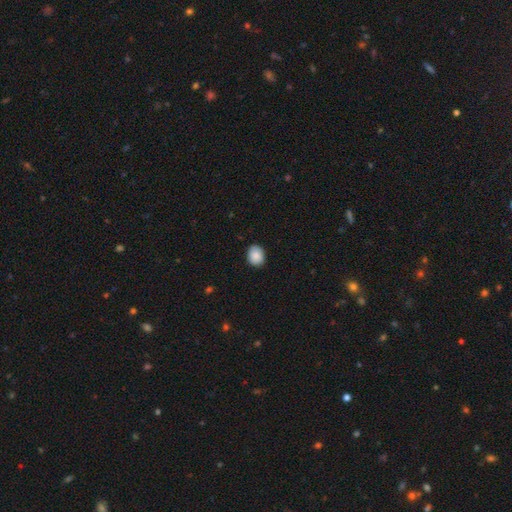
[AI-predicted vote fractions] This appears to be a smooth galaxy with no disk features (88%) that is round (52%). Merging: none (85%).